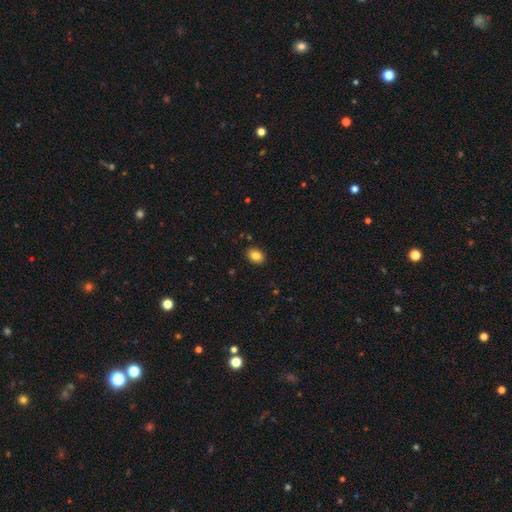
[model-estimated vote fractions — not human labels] This is clearly a smooth galaxy (85%). How rounded: likely in between (72%). Merging: clearly none (89%).